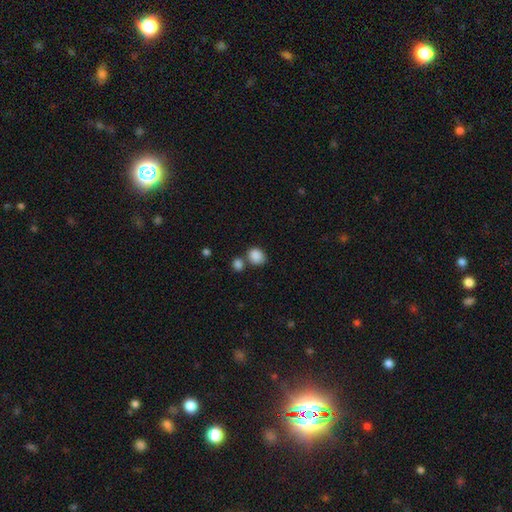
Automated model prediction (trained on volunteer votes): A smooth galaxy with no disk features (87%) that is round (53%). Merging: none (54%).